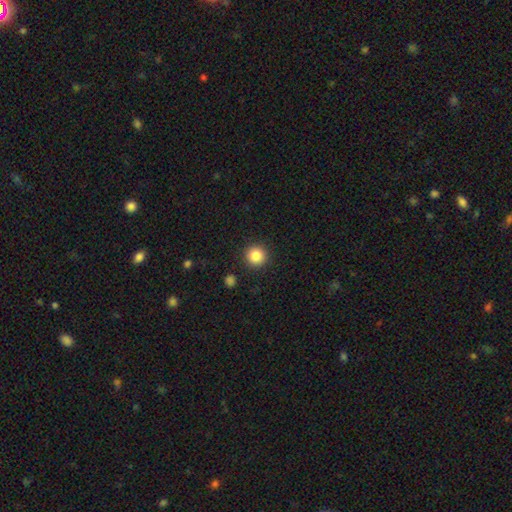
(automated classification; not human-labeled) Overall: smooth (86%). How rounded: round (95%). Merging: none (91%).